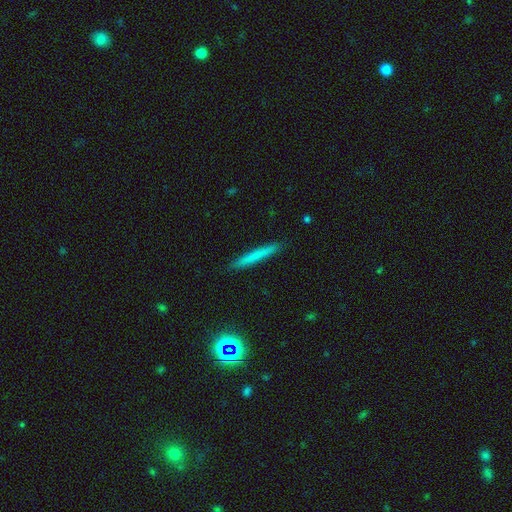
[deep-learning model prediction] smooth-or-featured: smooth: 67% | featured or disk: 24% | star or artifact: 8%
  how-rounded: cigar-shaped: 96% | in between: 2% | round: 1%
  merging: none: 90% | minor disturbance: 7% | major disturbance: 1% | merger: 1%